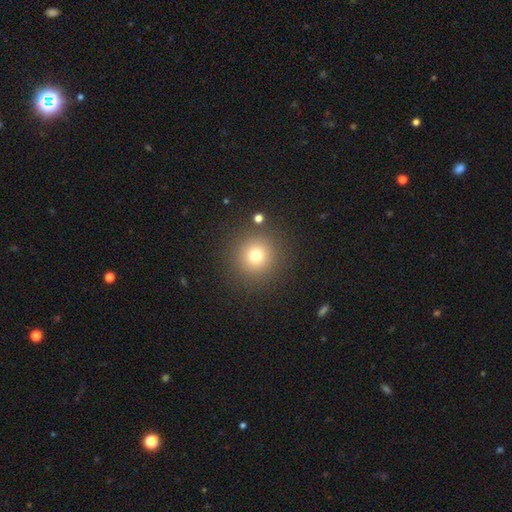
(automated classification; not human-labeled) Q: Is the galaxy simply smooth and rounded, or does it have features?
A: smooth — 75%.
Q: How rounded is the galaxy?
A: round — 95%.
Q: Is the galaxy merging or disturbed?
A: none — 88%.